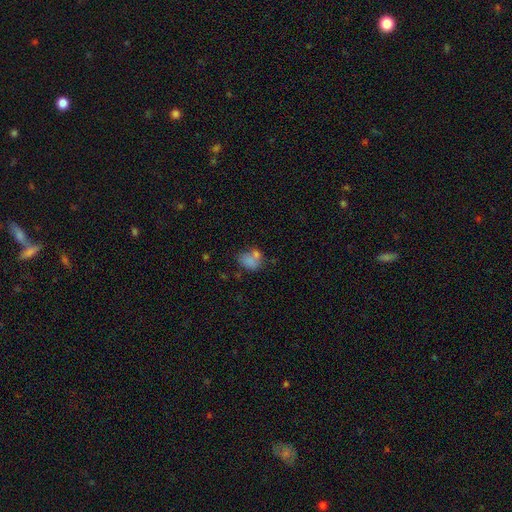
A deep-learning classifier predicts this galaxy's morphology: Smooth or featured?
  - smooth: 71% *
  - featured or disk: 15%
  - star or artifact: 14%
How rounded?
  - in between: 63% *
  - round: 35%
  - cigar-shaped: 2%
Merging?
  - none: 43% *
  - merger: 31%
  - minor disturbance: 16%
  - major disturbance: 9%